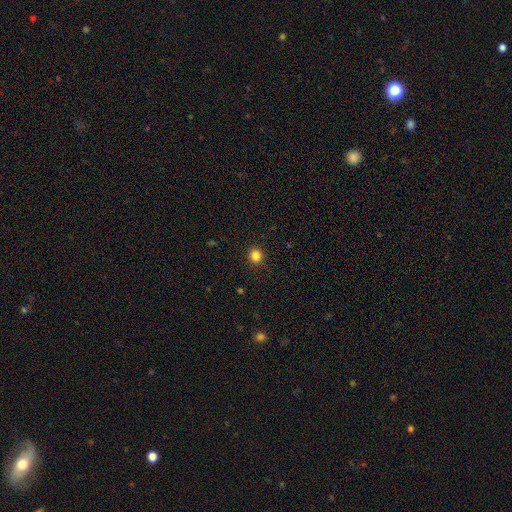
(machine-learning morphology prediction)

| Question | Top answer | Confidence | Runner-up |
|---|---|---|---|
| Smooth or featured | smooth | 84% | star or artifact (13%) |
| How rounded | round | 88% | in between (11%) |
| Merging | none | 92% | minor disturbance (6%) |